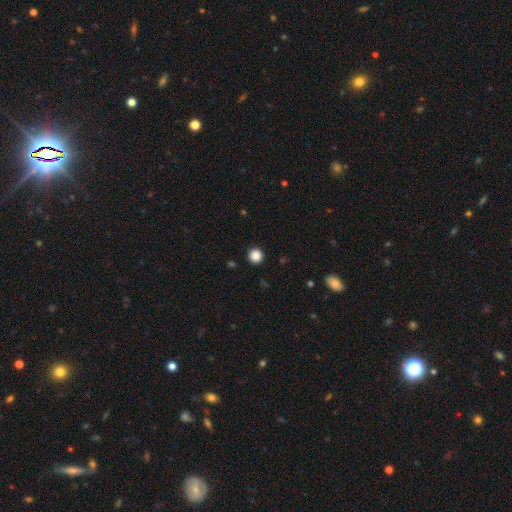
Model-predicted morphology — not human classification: Smooth or featured? smooth (86%)
How rounded? round (96%)
Merging? none (93%)